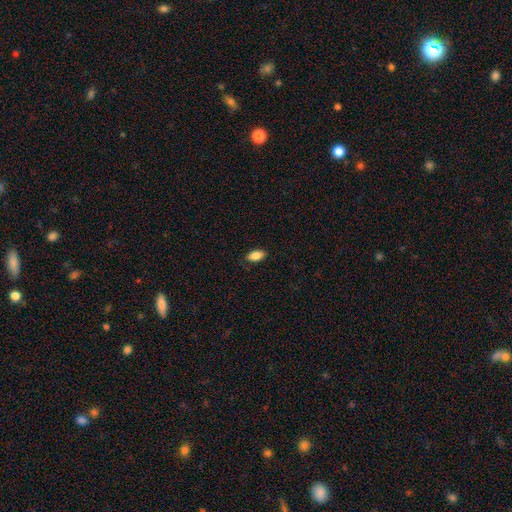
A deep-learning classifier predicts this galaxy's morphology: smooth-or-featured: smooth: 84% | featured or disk: 8% | star or artifact: 7%
  how-rounded: in between: 91% | cigar-shaped: 5% | round: 4%
  merging: none: 86% | minor disturbance: 11% | major disturbance: 2% | merger: 1%